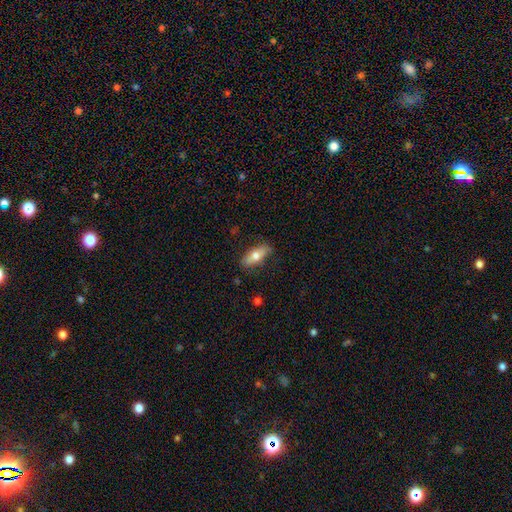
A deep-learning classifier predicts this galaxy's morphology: Smooth or featured? smooth (63%)
How rounded? in between (68%)
Merging? none (82%)